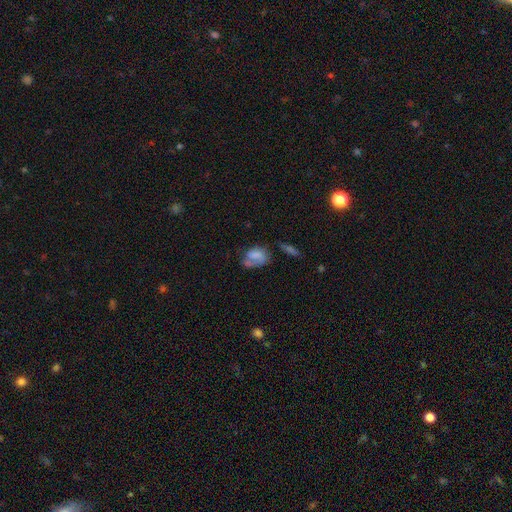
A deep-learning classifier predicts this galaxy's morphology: A smooth galaxy with no disk features (52%) that is in between round and cigar-shaped (80%). Merging: none (35%).